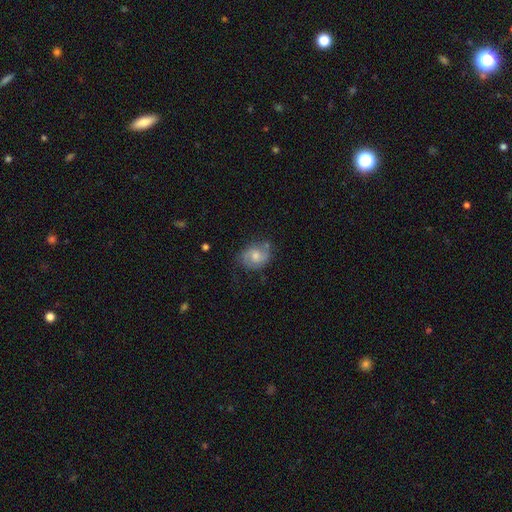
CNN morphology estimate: type=featured or disk (62%); edge-on=no (97%); bar=no (56%); spiral arms=yes (88%); winding=medium (48%); arm count=2 (81%); bulge=moderate (60%); merging=none (69%).